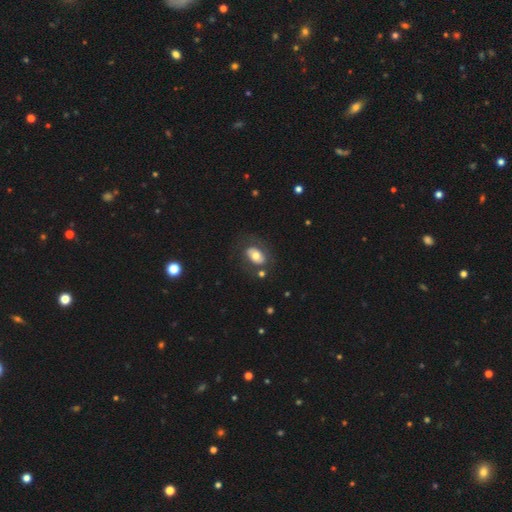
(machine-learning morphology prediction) Smooth or featured?
  - smooth: 57% *
  - featured or disk: 36%
  - star or artifact: 7%
How rounded?
  - in between: 82% *
  - round: 17%
  - cigar-shaped: 1%
Merging?
  - none: 67% *
  - minor disturbance: 17%
  - major disturbance: 12%
  - merger: 4%